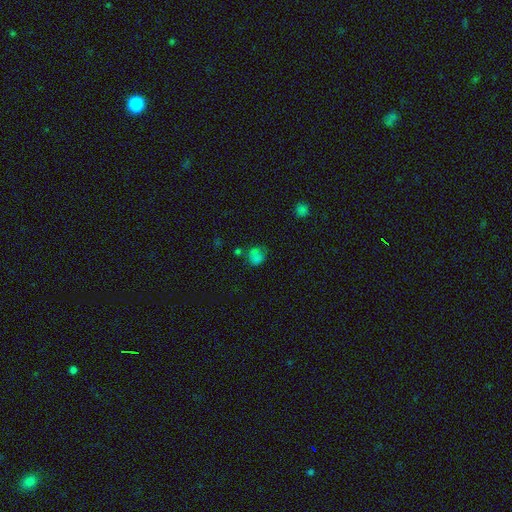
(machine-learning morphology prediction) smooth 69%, star or artifact 20%, featured or disk 10%. Down the decision tree: how rounded — round (70%); merging — none (52%).